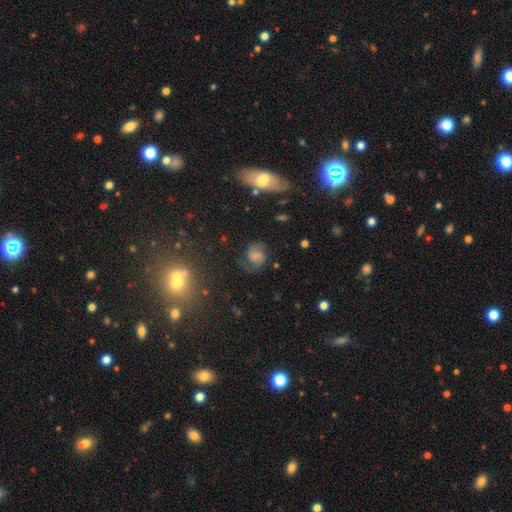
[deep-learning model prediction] Q: Smooth or featured?
A: featured or disk (59%); runner-up: smooth (28%)
Q: Edge-on disk?
A: no (97%); runner-up: yes (3%)
Q: Bar?
A: no (48%); runner-up: weak (41%)
Q: Spiral arms?
A: yes (92%); runner-up: no (8%)
Q: Spiral winding?
A: medium (51%); runner-up: loose (27%)
Q: Spiral arm count?
A: 2 (82%); runner-up: 1 (8%)
Q: Bulge size?
A: none (41%); runner-up: small (28%)
Q: Merging?
A: none (65%); runner-up: minor disturbance (20%)